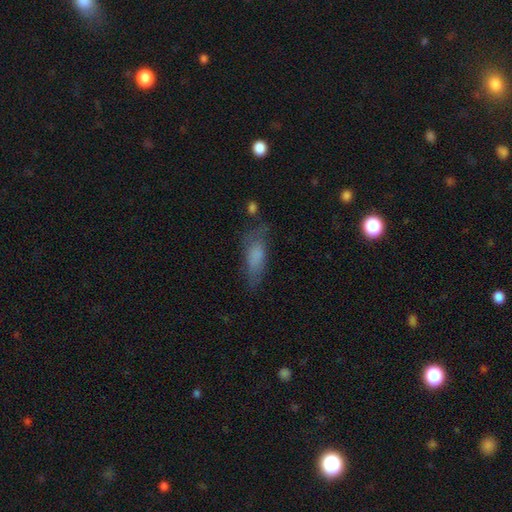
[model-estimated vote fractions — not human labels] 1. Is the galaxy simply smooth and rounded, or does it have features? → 70% smooth, 20% featured or disk, 10% star or artifact.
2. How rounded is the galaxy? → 64% in between, 33% cigar-shaped, 3% round.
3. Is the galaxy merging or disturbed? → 59% none, 25% minor disturbance, 13% major disturbance, 3% merger.